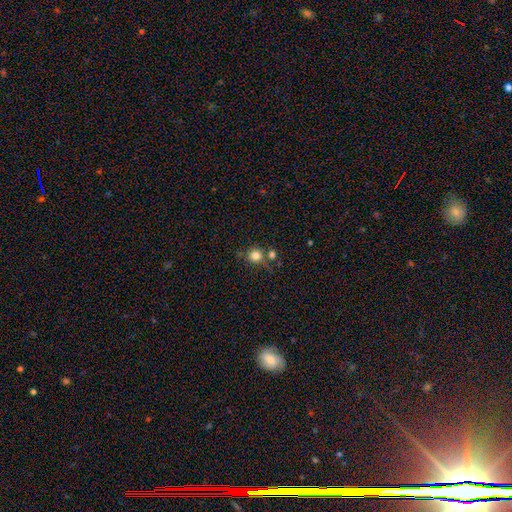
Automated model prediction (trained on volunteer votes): smooth_or_featured: smooth (p=0.81) [alt: star or artifact p=0.12]
how_rounded: round (p=0.89) [alt: in between p=0.10]
merging: none (p=0.62) [alt: merger p=0.20]